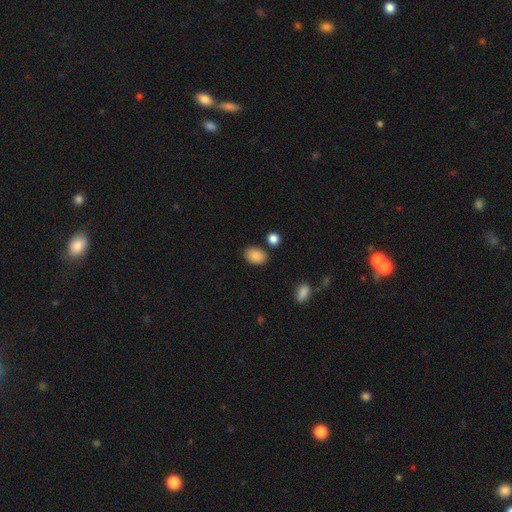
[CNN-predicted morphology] smooth-or-featured: smooth: 88% | star or artifact: 8% | featured or disk: 4%
  how-rounded: in between: 84% | round: 15% | cigar-shaped: 1%
  merging: none: 81% | minor disturbance: 12% | merger: 4% | major disturbance: 3%